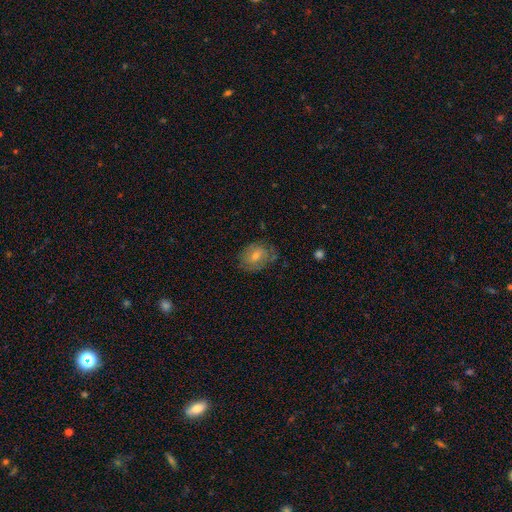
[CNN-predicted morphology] type=smooth (49%); merging=none (71%).